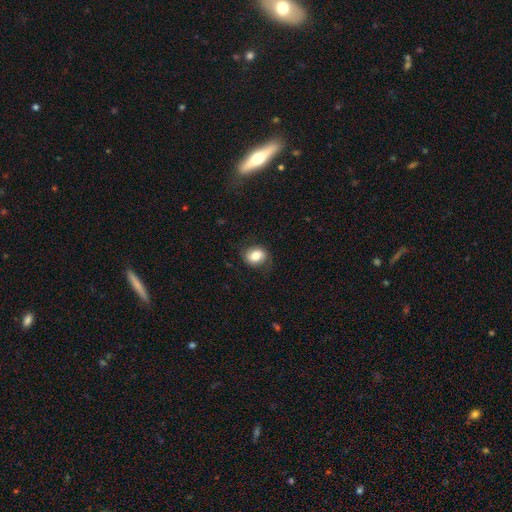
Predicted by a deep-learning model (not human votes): Smooth or featured?
  - smooth: 77% *
  - featured or disk: 15%
  - star or artifact: 8%
How rounded?
  - in between: 53% *
  - round: 46%
  - cigar-shaped: 1%
Merging?
  - none: 75% *
  - minor disturbance: 17%
  - major disturbance: 7%
  - merger: 1%